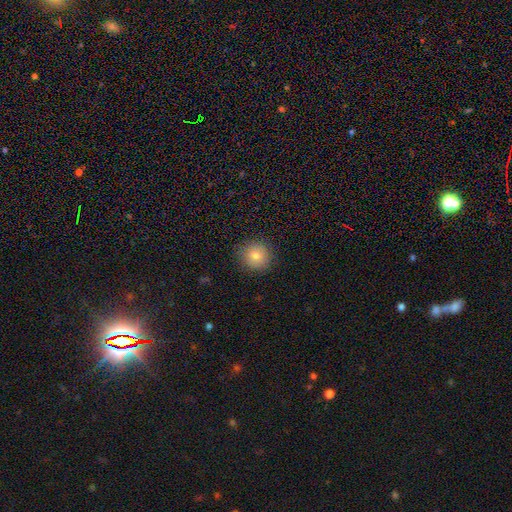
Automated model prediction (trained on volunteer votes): A smooth galaxy with no disk features (79%) that is round (90%). Merging: none (87%).